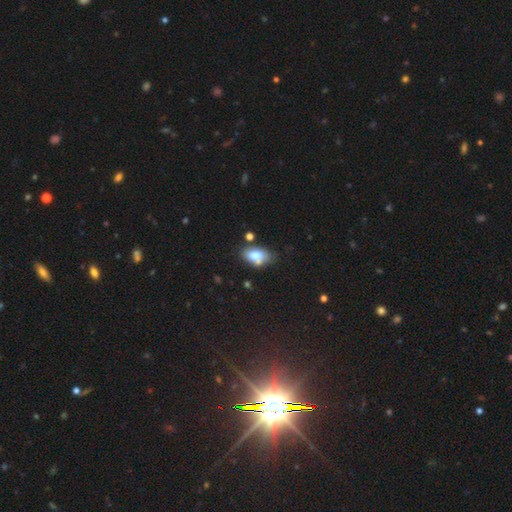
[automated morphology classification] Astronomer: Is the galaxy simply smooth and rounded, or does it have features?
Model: smooth — 73%.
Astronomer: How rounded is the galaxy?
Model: in between — 89%.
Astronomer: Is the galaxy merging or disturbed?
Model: none — 55%.